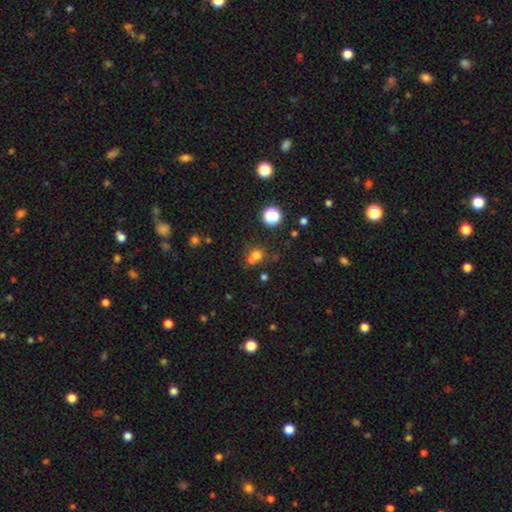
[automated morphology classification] A smooth galaxy with no disk features (68%) that is round (83%).

Vote fractions:
- Smooth or featured? smooth: 68% / star or artifact: 22% / featured or disk: 10%
- How rounded? round: 83% / in between: 16% / cigar-shaped: 1%
- Merging? none: 50% / merger: 35% / minor disturbance: 10% / major disturbance: 5%